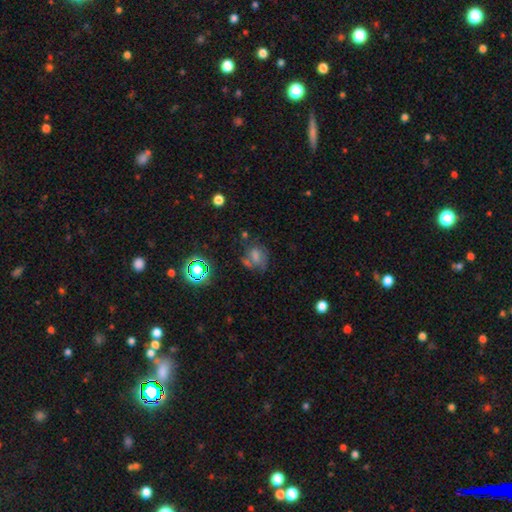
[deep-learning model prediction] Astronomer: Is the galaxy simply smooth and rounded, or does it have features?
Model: featured or disk — 34% (runner-up: smooth, 33%).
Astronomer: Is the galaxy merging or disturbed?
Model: none — 52%.